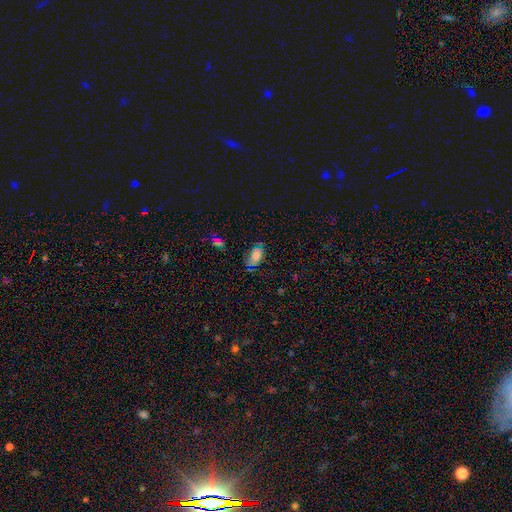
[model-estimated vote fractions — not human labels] This appears to be a smooth galaxy with no disk features (68%) that is in between round and cigar-shaped (90%). Merging: none (71%).